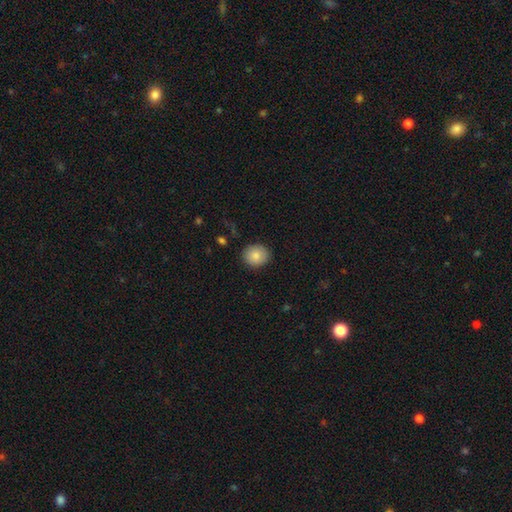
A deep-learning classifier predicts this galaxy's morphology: This appears to be a smooth galaxy with no disk features (86%) that is round (77%). Merging: none (88%).